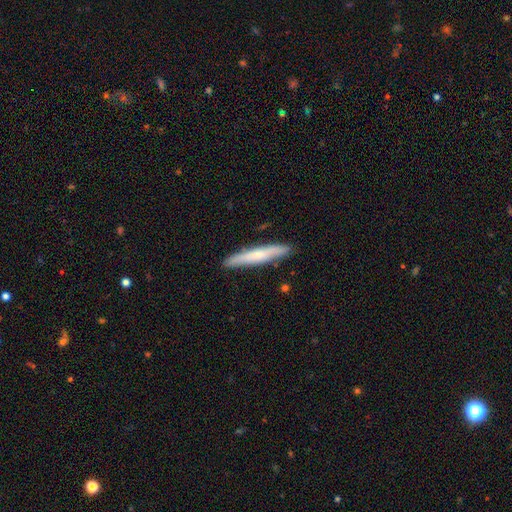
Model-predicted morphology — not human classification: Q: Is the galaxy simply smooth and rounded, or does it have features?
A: smooth — 56%.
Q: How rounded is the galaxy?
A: cigar-shaped — 93%.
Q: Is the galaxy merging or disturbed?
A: none — 89%.